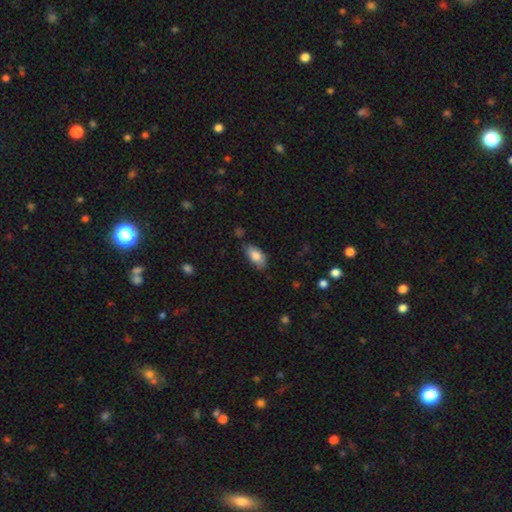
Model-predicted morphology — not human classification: This is clearly a smooth galaxy (81%). How rounded: clearly in between (92%). Merging: likely none (68%).